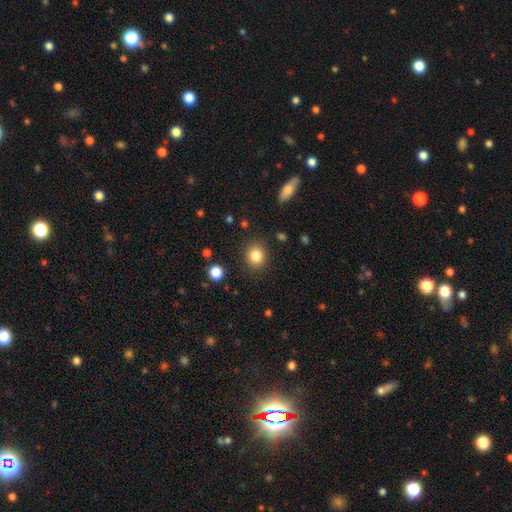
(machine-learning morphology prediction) Overall: smooth (85%). How rounded: round (79%). Merging: none (87%).